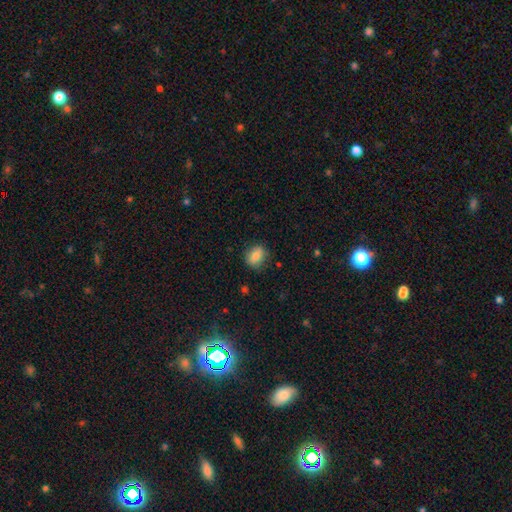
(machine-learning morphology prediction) Smooth or featured: smooth — 83% (featured or disk — 9%)
How rounded: in between — 55% (round — 44%)
Merging: none — 79% (minor disturbance — 16%)